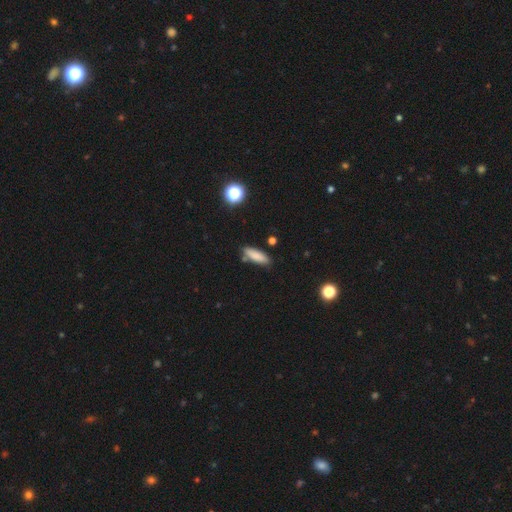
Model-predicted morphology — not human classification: This appears to be a smooth galaxy with no disk features (84%) that is in between round and cigar-shaped (54%). Merging: none (79%).